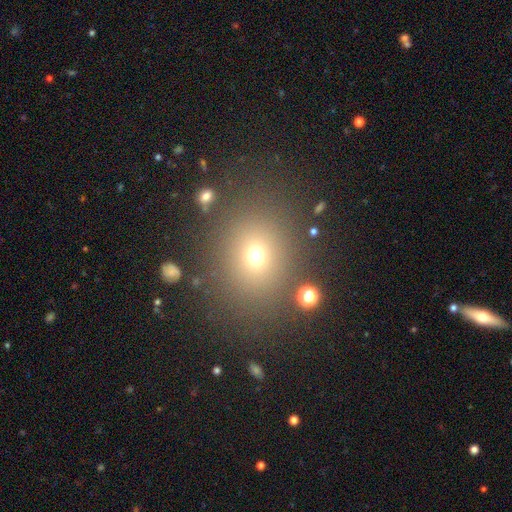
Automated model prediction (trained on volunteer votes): The model was most divided on "how rounded": round: 67%, in between: 32%, cigar-shaped: 1%. More confident: merging — none (82%); smooth or featured — smooth (69%).